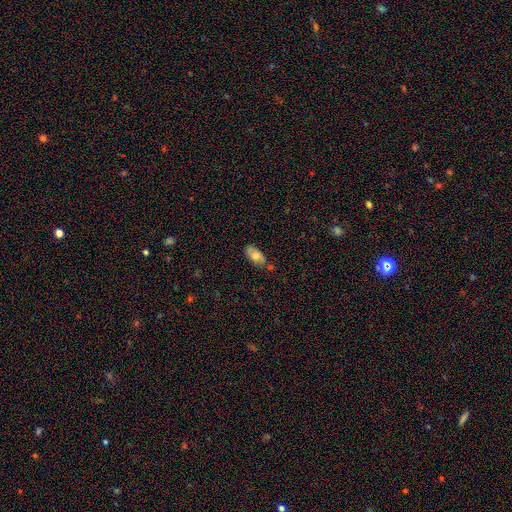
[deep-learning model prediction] smooth 61%, featured or disk 32%, star or artifact 7%. Down the decision tree: how rounded — in between (91%); merging — none (69%).